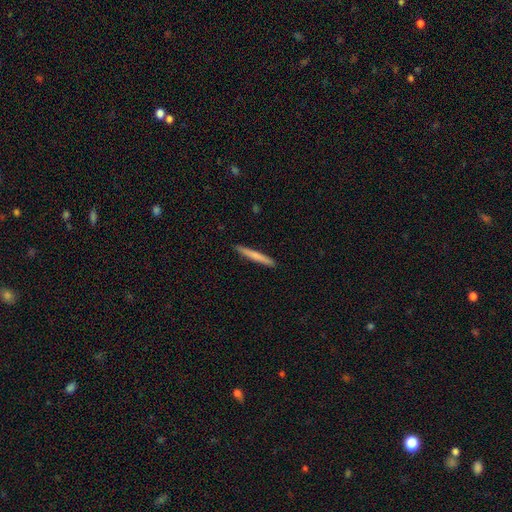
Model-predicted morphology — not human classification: A smooth galaxy with no disk features (68%) that is cigar-shaped (96%). Merging: none (92%).